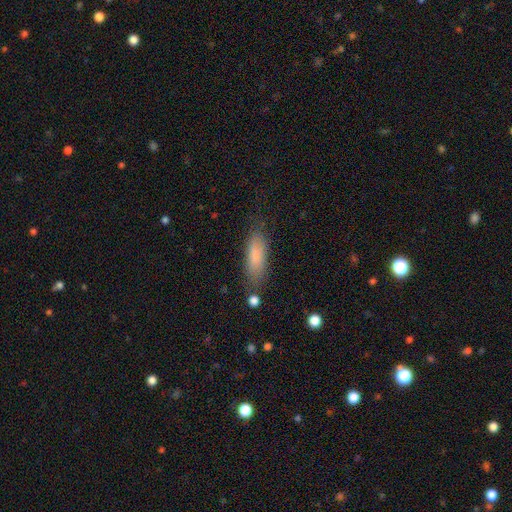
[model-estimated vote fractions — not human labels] The model was most divided on "how rounded": in between: 57%, cigar-shaped: 41%, round: 2%. More confident: smooth or featured — smooth (82%); merging — none (73%).